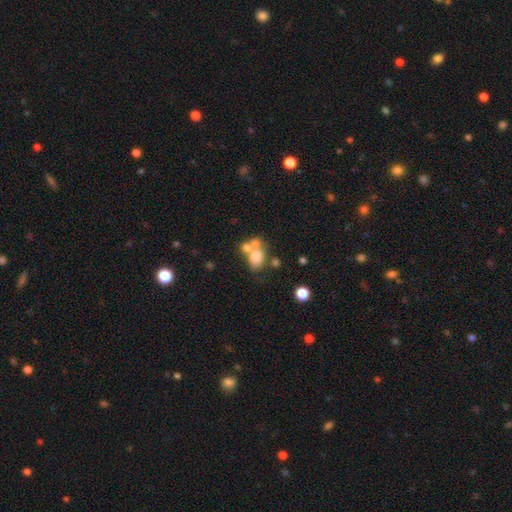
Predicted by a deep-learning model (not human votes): smooth 70%, featured or disk 18%, star or artifact 12%. Down the decision tree: how rounded — in between (58%); merging — merger (49%).